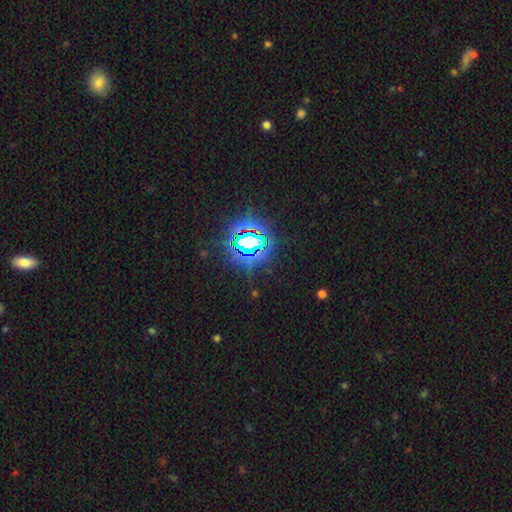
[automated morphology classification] Smooth or featured: star or artifact — 83% (smooth — 10%)